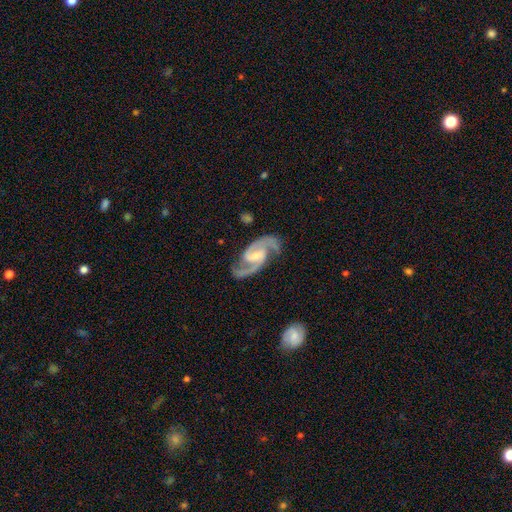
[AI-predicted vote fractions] featured or disk 94%, star or artifact 4%, smooth 3%. Down the decision tree: edge-on disk — no (98%); bar — weak (51%); spiral arms — yes (99%); spiral arm count — 2 (95%); spiral winding — medium (66%); bulge size — small (47%); merging — none (82%).